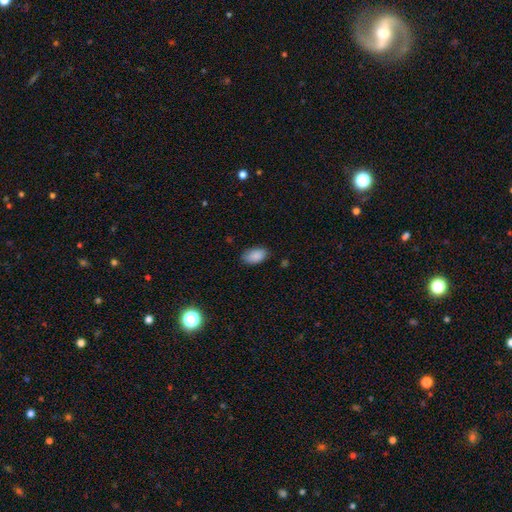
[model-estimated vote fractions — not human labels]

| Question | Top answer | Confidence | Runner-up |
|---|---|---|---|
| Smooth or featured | smooth | 89% | star or artifact (7%) |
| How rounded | in between | 93% | round (5%) |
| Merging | none | 82% | minor disturbance (14%) |